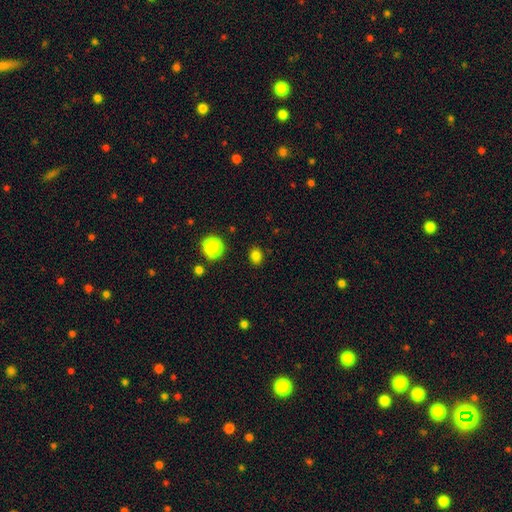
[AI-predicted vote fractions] smooth_or_featured: smooth (p=0.79) [alt: star or artifact p=0.16]
how_rounded: round (p=0.55) [alt: in between p=0.44]
merging: none (p=0.87) [alt: minor disturbance p=0.09]